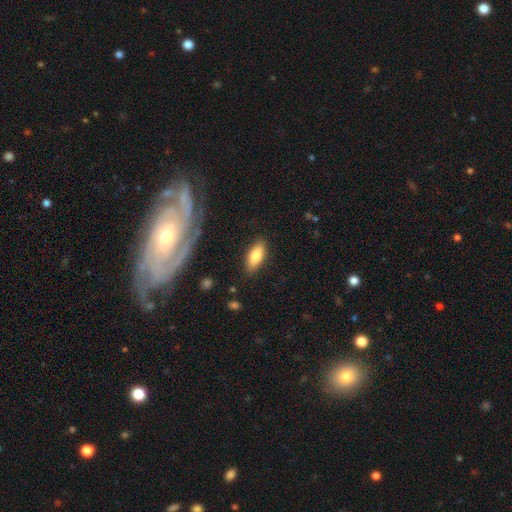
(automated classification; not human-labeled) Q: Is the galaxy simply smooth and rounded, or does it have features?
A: smooth — 77%.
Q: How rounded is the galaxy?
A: in between — 78%.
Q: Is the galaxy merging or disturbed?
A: none — 86%.